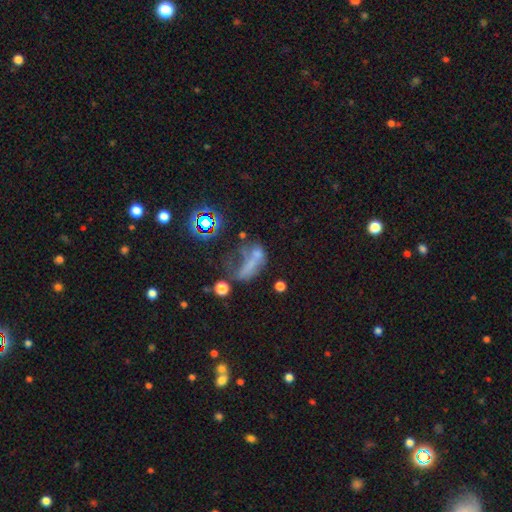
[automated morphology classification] The model was most divided on "smooth or featured": smooth: 39%, featured or disk: 32%, star or artifact: 30%. Remaining: merging — major disturbance (38%).